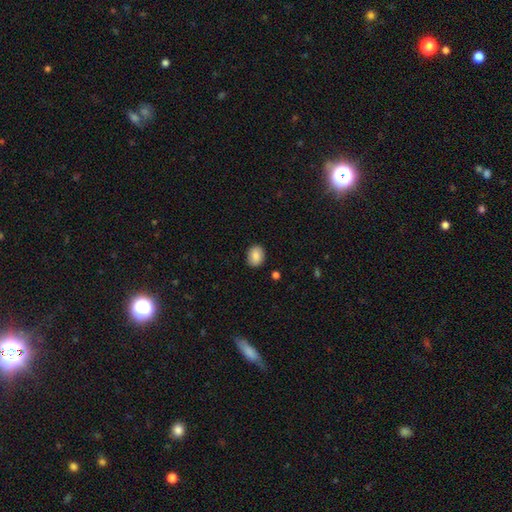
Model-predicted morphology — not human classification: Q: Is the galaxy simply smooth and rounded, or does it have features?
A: smooth — 86%.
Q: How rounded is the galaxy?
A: in between — 54%.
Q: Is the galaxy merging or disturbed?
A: none — 89%.